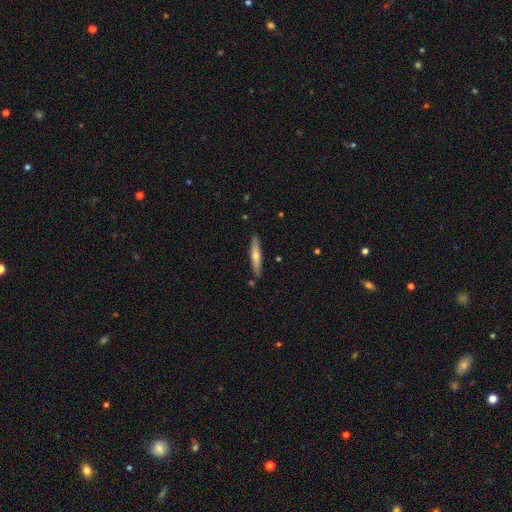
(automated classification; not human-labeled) A smooth galaxy with no disk features (58%) that is cigar-shaped (91%).

Vote fractions:
- Smooth or featured? smooth: 58% / featured or disk: 37% / star or artifact: 6%
- How rounded? cigar-shaped: 91% / in between: 8% / round: 1%
- Merging? none: 87% / minor disturbance: 9% / merger: 2% / major disturbance: 2%